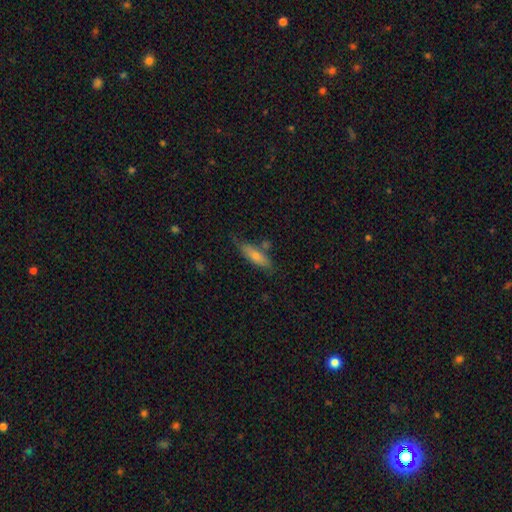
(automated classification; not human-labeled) Smooth or featured? smooth (73%)
How rounded? cigar-shaped (56%)
Merging? none (66%)